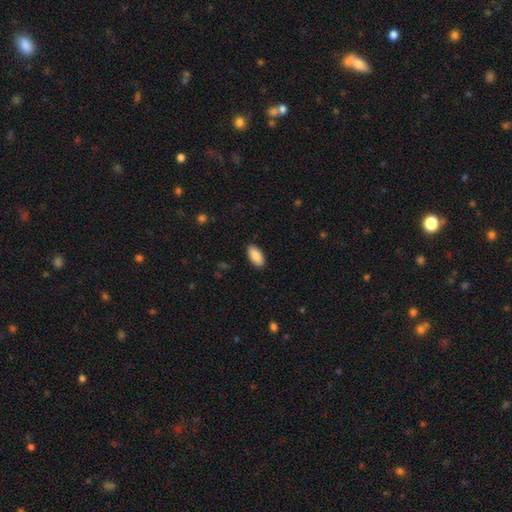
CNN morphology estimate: smooth-or-featured: smooth: 89% | star or artifact: 6% | featured or disk: 5%
  how-rounded: in between: 92% | cigar-shaped: 6% | round: 2%
  merging: none: 90% | minor disturbance: 7% | major disturbance: 2% | merger: 1%